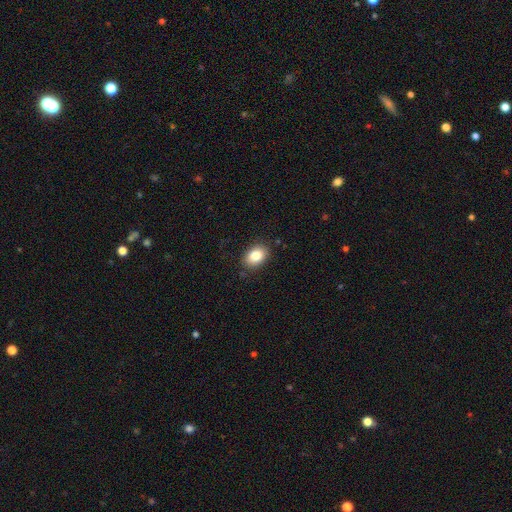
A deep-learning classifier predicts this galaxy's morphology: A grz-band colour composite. It shows a smooth galaxy with no disk features (84%) that is in between round and cigar-shaped (81%). Merging: none (85%).